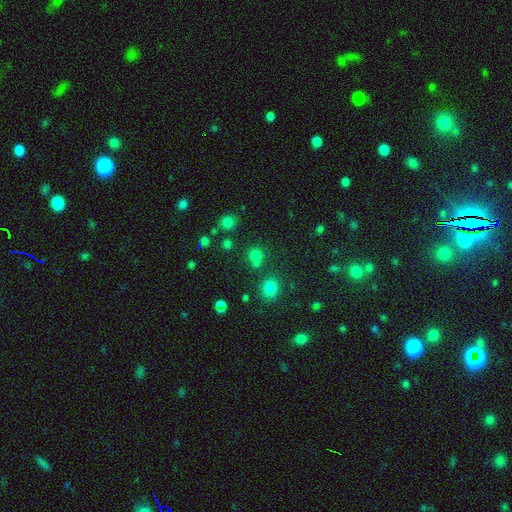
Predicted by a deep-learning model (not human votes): Smooth or featured: smooth — 71% (star or artifact — 23%)
How rounded: round — 78% (in between — 21%)
Merging: none — 59% (merger — 25%)